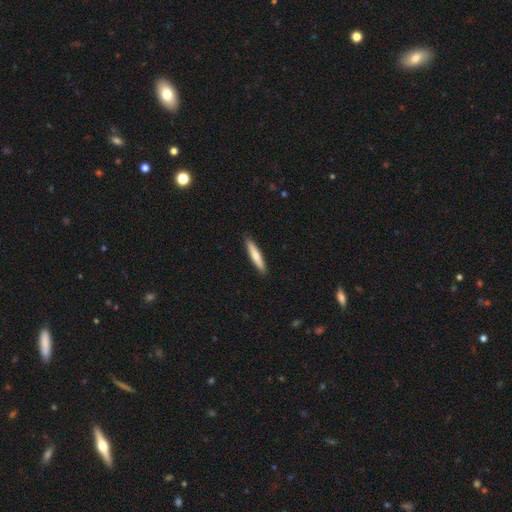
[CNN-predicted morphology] The model was most divided on "smooth or featured": smooth: 65%, featured or disk: 30%, star or artifact: 5%. More confident: how rounded — cigar-shaped (91%); merging — none (91%).